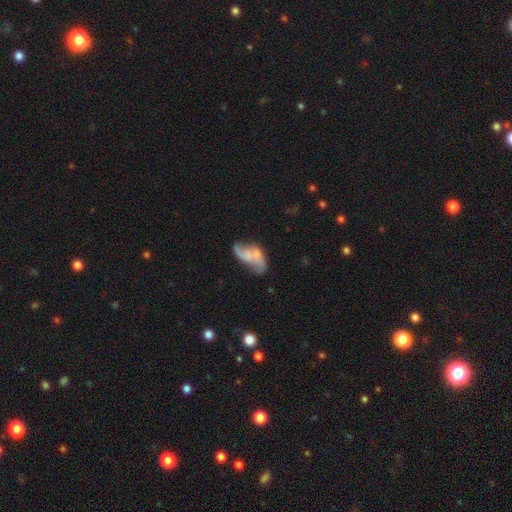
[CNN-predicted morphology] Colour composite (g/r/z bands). It shows a featured or disk galaxy (62%) with no bar (70%), spiral arms (69%) and no central bulge (54%). Merging: none (35%).